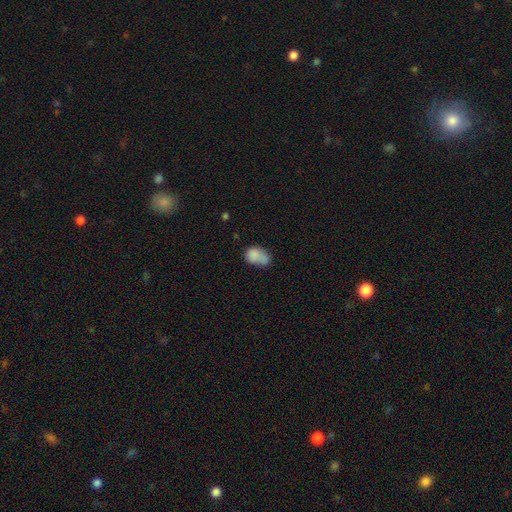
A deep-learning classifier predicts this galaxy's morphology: smooth_or_featured: smooth (p=0.78) [alt: featured or disk p=0.13]
how_rounded: in between (p=0.75) [alt: round p=0.24]
merging: merger (p=0.32) [alt: none p=0.31]